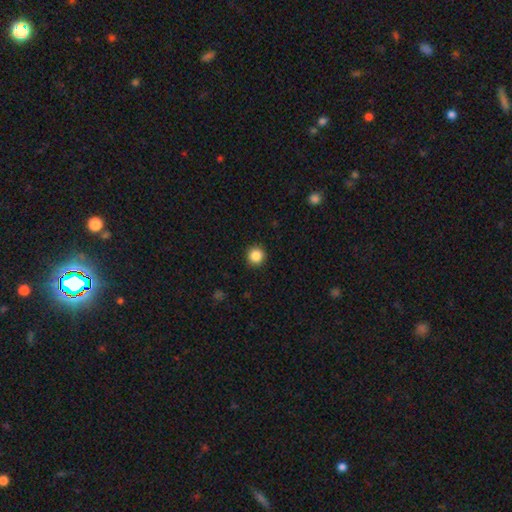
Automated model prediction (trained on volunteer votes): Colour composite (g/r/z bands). It shows a smooth galaxy with no disk features (87%) that is round (94%). Merging: none (92%).